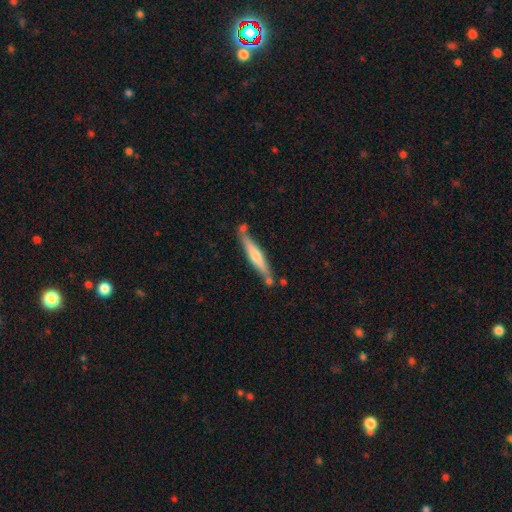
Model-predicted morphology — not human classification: Smooth or featured? Predicted: featured or disk (p=0.52). Edge-on disk? Predicted: yes (p=0.95). Merging? Predicted: none (p=0.76).